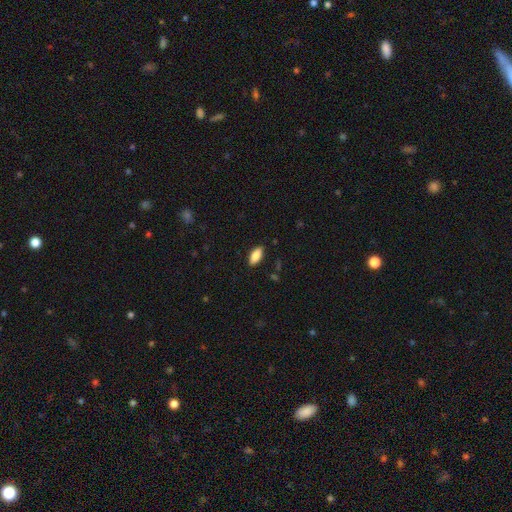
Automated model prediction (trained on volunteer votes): Q: Smooth or featured?
A: smooth (85%); runner-up: featured or disk (8%)
Q: How rounded?
A: in between (88%); runner-up: cigar-shaped (10%)
Q: Merging?
A: none (88%); runner-up: minor disturbance (9%)